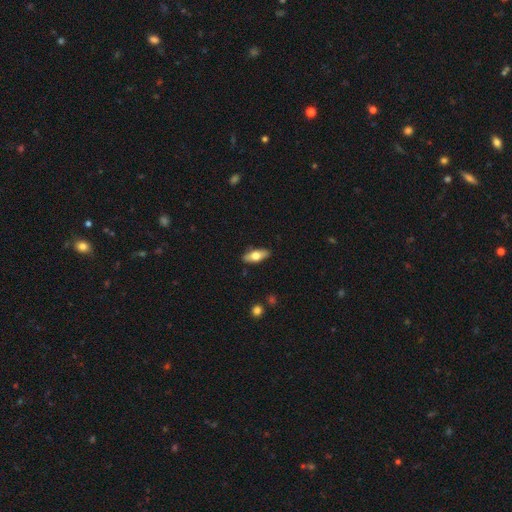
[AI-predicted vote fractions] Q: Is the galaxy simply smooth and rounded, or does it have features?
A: smooth — 61%.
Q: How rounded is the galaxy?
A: in between — 74%.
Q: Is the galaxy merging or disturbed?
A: none — 87%.